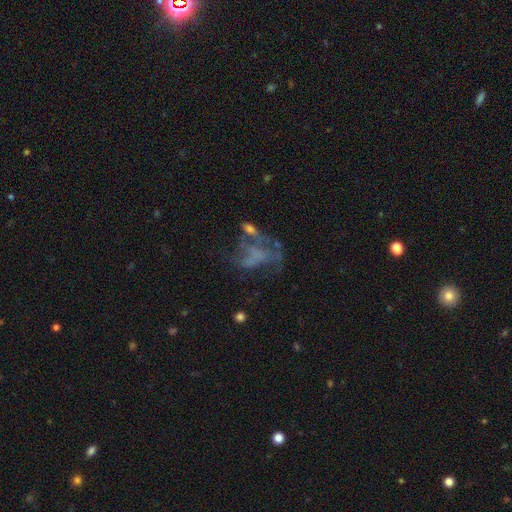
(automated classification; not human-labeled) A featured or disk galaxy (57%) with no bar (82%), no spiral arms (68%) and no central bulge (76%). Merging: major disturbance (42%).